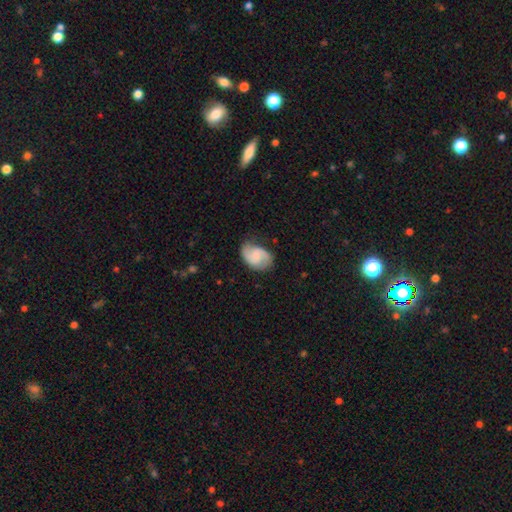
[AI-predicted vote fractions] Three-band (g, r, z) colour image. It shows a featured or disk galaxy (67%) with no bar (51%), 2 (88%) medium (48%) spiral arms (94%) and no central bulge (38%, tied with small). Merging: none (69%).